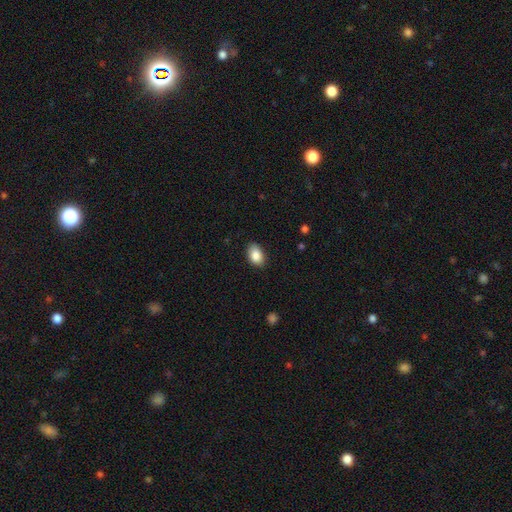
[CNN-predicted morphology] type=smooth (88%); roundness=in between (86%); merging=none (85%).